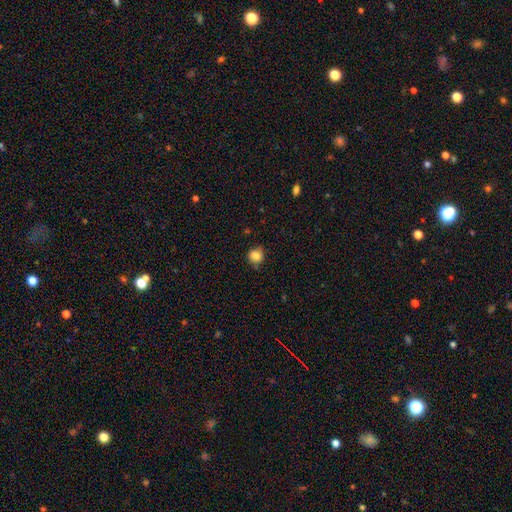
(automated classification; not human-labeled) smooth 84%, star or artifact 11%, featured or disk 6%. Down the decision tree: how rounded — round (87%); merging — none (79%).